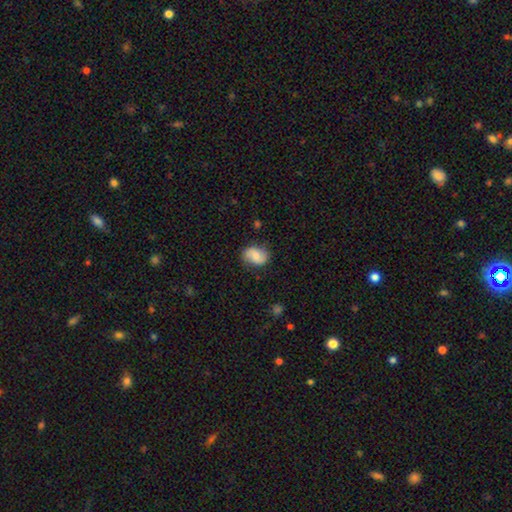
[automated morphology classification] A smooth galaxy with no disk features (54%) that is in between round and cigar-shaped (69%). Merging: none (77%).